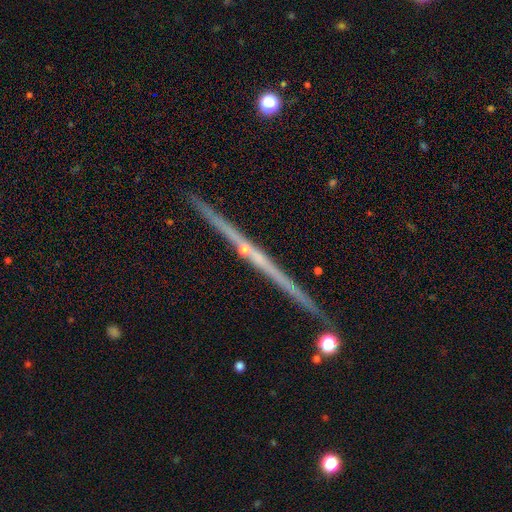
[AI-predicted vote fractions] Q: Smooth or featured?
A: featured or disk (81%); runner-up: smooth (10%)
Q: Edge-on disk?
A: yes (98%); runner-up: no (2%)
Q: Edge-on bulge?
A: rounded (50%); runner-up: none (44%)
Q: Merging?
A: none (90%); runner-up: minor disturbance (6%)